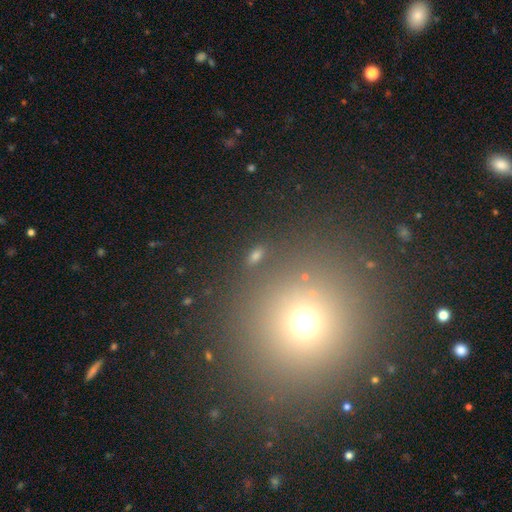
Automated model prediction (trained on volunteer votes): Overall: smooth (63%; star or artifact 25%). How rounded: in between (75%). Merging: none (80%).